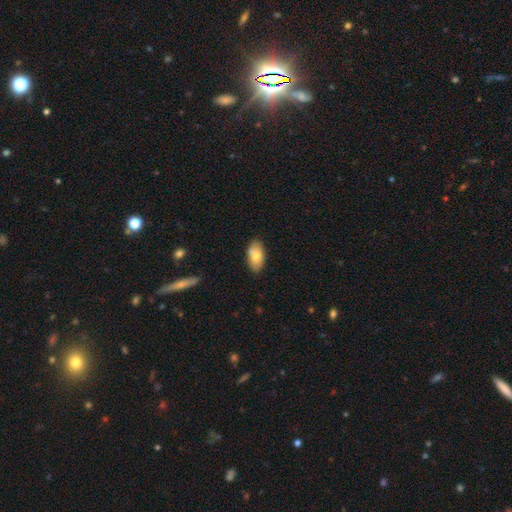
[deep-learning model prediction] smooth_or_featured: smooth (p=0.74) [alt: featured or disk p=0.19]
how_rounded: in between (p=0.93) [alt: round p=0.04]
merging: none (p=0.72) [alt: minor disturbance p=0.16]